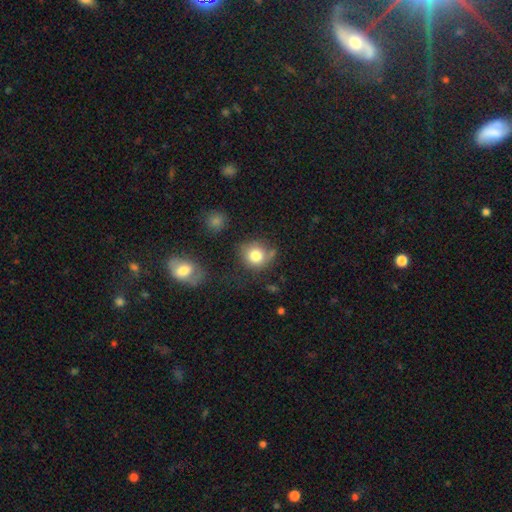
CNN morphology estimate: This appears to be a smooth galaxy with no disk features (80%) that is round (83%). Merging: none (61%).